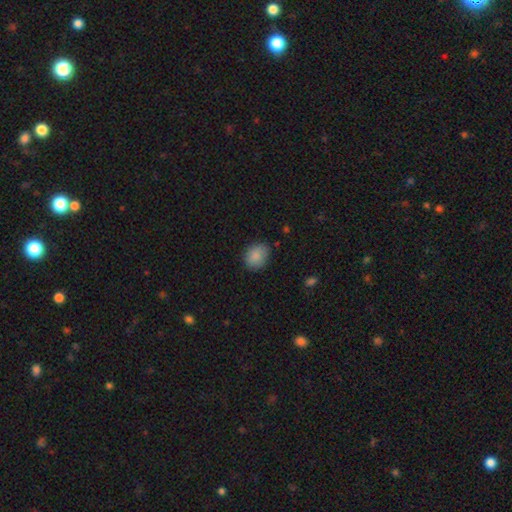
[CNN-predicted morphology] This appears to be a smooth galaxy with no disk features (87%) that is in between round and cigar-shaped (54%). Merging: none (76%).